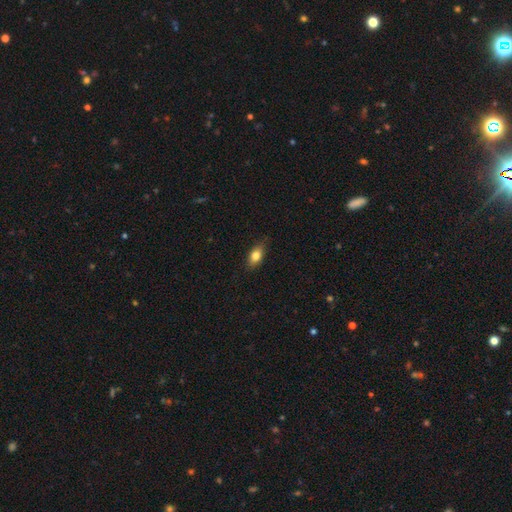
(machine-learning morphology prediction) smooth-or-featured: smooth: 80% | featured or disk: 12% | star or artifact: 8%
  how-rounded: in between: 84% | cigar-shaped: 9% | round: 7%
  merging: none: 83% | minor disturbance: 14% | major disturbance: 3% | merger: 1%